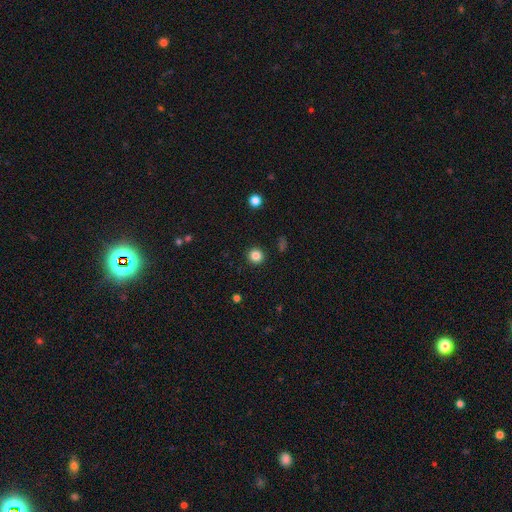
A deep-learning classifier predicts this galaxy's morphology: smooth 84%, star or artifact 12%, featured or disk 4%. Down the decision tree: how rounded — round (93%); merging — none (92%).